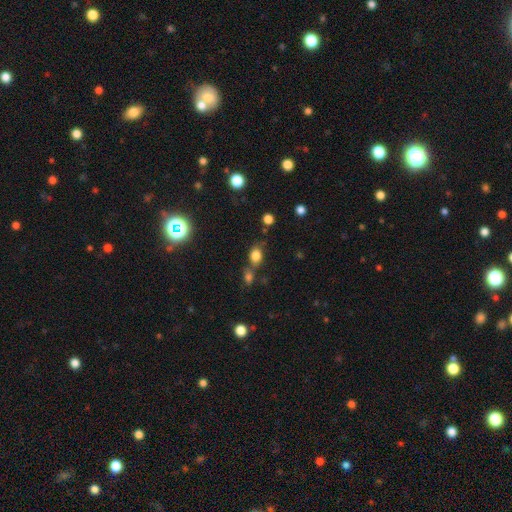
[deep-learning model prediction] The model was most divided on "how rounded": in between: 61%, round: 36%, cigar-shaped: 2%. More confident: smooth or featured — smooth (77%); merging — none (53%).